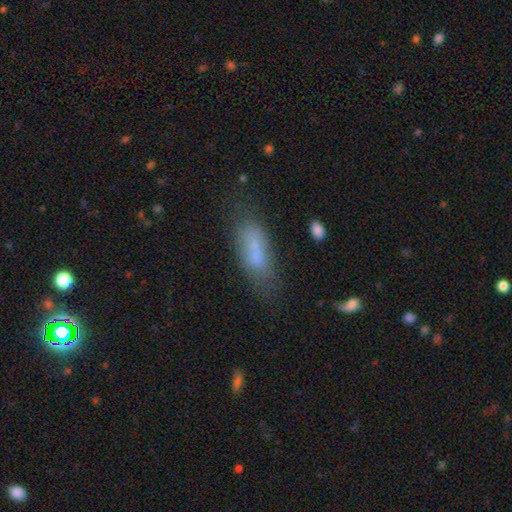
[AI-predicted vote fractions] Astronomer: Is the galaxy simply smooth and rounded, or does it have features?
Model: smooth — 66%.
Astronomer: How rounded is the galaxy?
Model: in between — 62%.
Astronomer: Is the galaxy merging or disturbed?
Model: none — 53%.